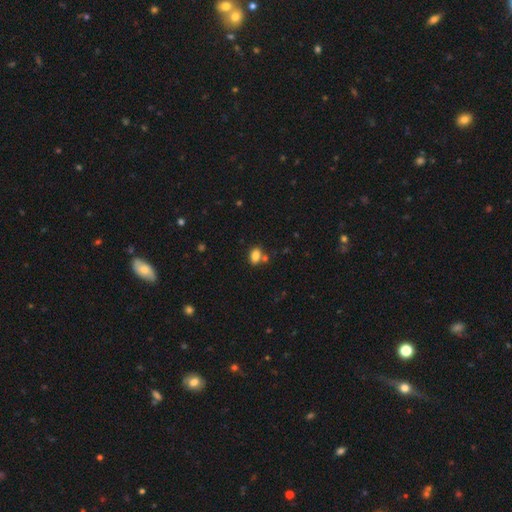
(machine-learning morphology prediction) Smooth or featured? Predicted: smooth (p=0.84). How rounded? Predicted: in between (p=0.83). Merging? Predicted: none (p=0.63).